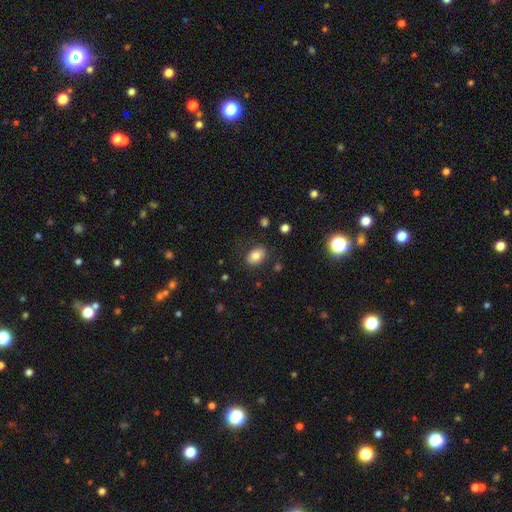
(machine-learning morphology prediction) Overall: smooth (78%). How rounded: in between (75%). Merging: none (81%).